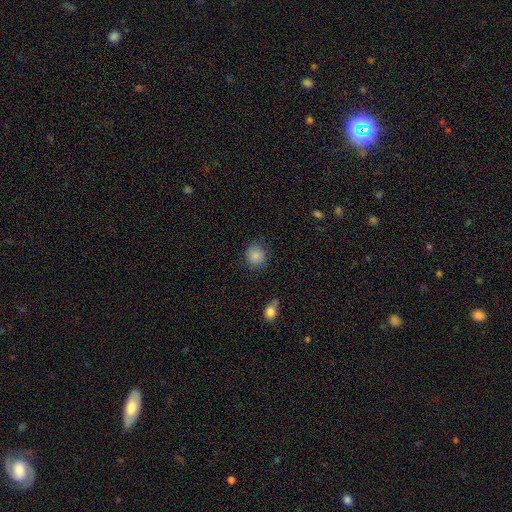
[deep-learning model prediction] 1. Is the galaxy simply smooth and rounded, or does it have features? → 85% smooth, 10% star or artifact, 6% featured or disk.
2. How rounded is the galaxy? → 84% round, 15% in between, 1% cigar-shaped.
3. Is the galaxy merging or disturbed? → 82% none, 13% minor disturbance, 3% major disturbance, 2% merger.